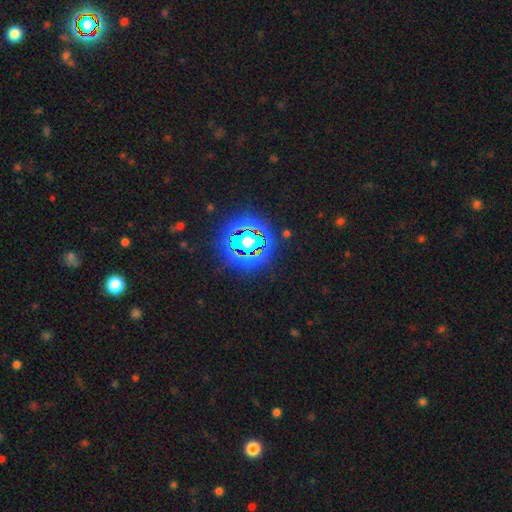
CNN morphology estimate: This appears to be a star or artifact, not a galaxy (84%).